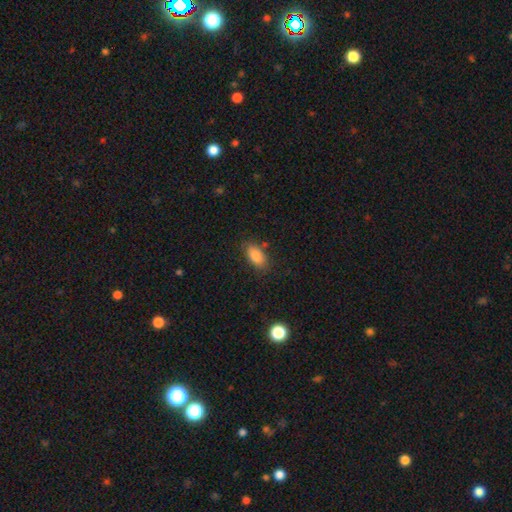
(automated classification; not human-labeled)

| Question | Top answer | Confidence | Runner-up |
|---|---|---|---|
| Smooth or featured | smooth | 84% | star or artifact (8%) |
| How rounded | in between | 91% | round (5%) |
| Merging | none | 78% | minor disturbance (15%) |